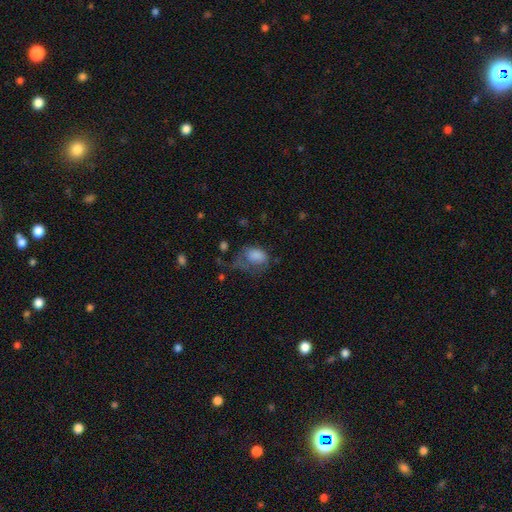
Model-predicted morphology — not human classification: This is likely a smooth galaxy (76%). How rounded: likely in between (80%). Merging: possibly major disturbance (46%).